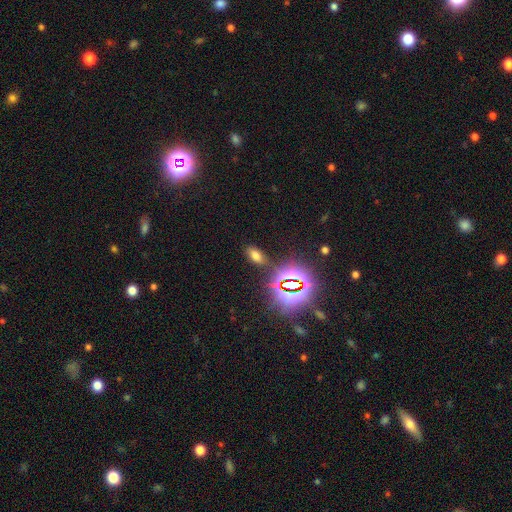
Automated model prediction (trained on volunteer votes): Q: Smooth or featured?
A: smooth (58%); runner-up: star or artifact (34%)
Q: How rounded?
A: in between (88%); runner-up: round (8%)
Q: Merging?
A: none (83%); runner-up: minor disturbance (10%)